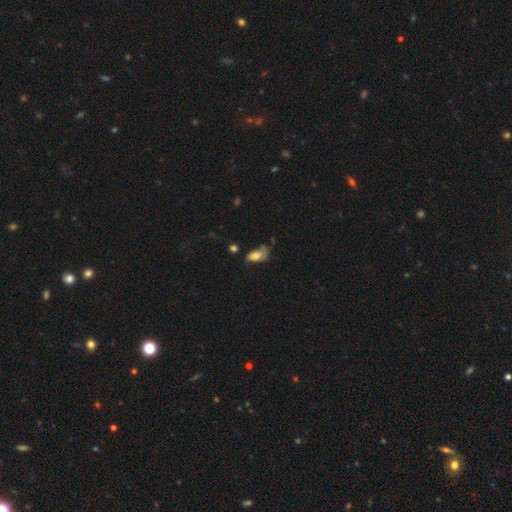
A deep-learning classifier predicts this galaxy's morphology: Q: Smooth or featured?
A: smooth (60%); runner-up: featured or disk (31%)
Q: How rounded?
A: in between (90%); runner-up: round (6%)
Q: Merging?
A: minor disturbance (35%); runner-up: none (32%)